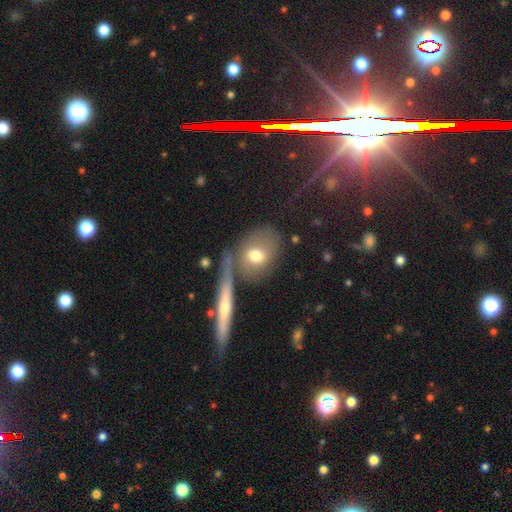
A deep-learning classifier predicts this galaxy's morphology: smooth 63%, featured or disk 28%, star or artifact 9%. Down the decision tree: how rounded — in between (56%); merging — none (49%).